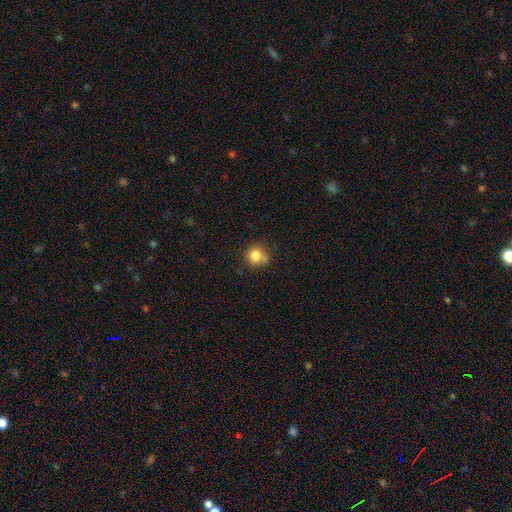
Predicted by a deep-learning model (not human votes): Smooth or featured? Predicted: smooth (p=0.82). How rounded? Predicted: round (p=0.88). Merging? Predicted: none (p=0.68).